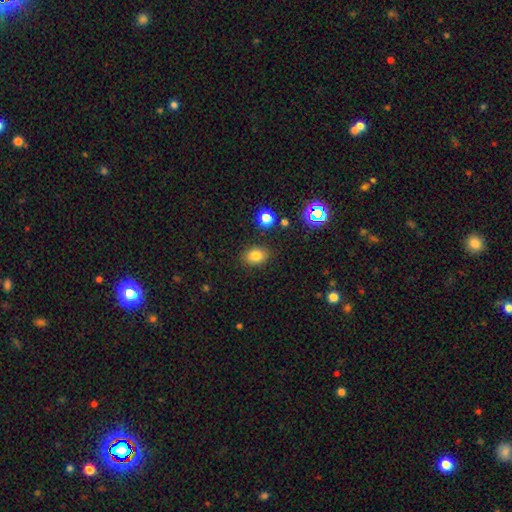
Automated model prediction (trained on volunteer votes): Smooth or featured: smooth — 81% (star or artifact — 13%)
How rounded: in between — 64% (round — 35%)
Merging: none — 86% (minor disturbance — 9%)